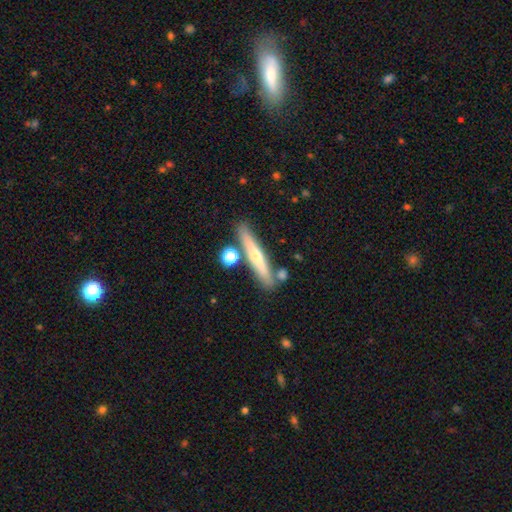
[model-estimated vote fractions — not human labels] smooth-or-featured: featured or disk: 53% | smooth: 40% | star or artifact: 7%
  disk-edge-on: yes: 92% | no: 8%
  merging: none: 78% | minor disturbance: 10% | merger: 9% | major disturbance: 3%